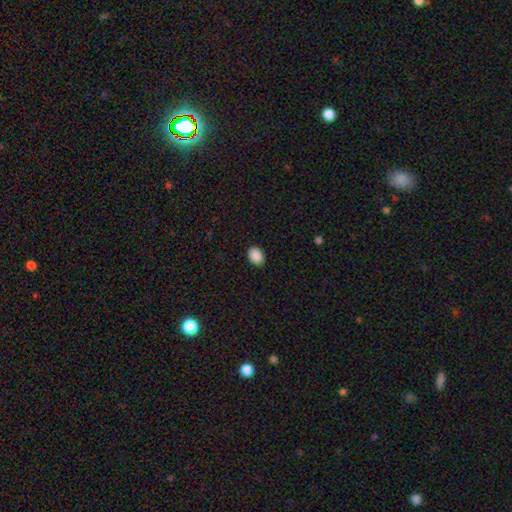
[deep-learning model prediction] Smooth or featured: smooth — 90% (star or artifact — 8%)
How rounded: in between — 79% (round — 20%)
Merging: none — 89% (minor disturbance — 9%)